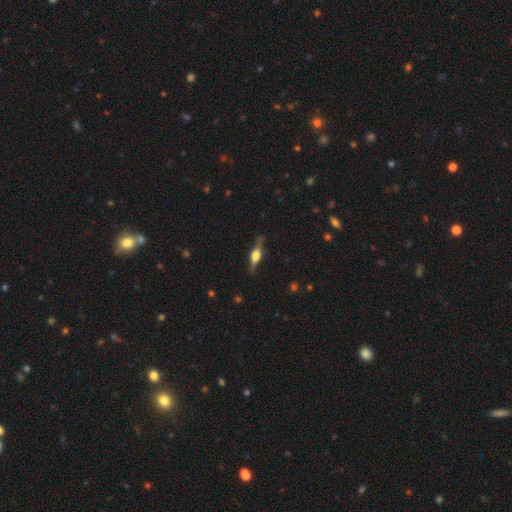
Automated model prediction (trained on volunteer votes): smooth_or_featured: featured or disk (p=0.64) [alt: smooth p=0.29]
disk_edge_on: yes (p=0.95) [alt: no p=0.05]
edge_on_bulge: rounded (p=0.83) [alt: boxy p=0.15]
merging: none (p=0.81) [alt: minor disturbance p=0.14]